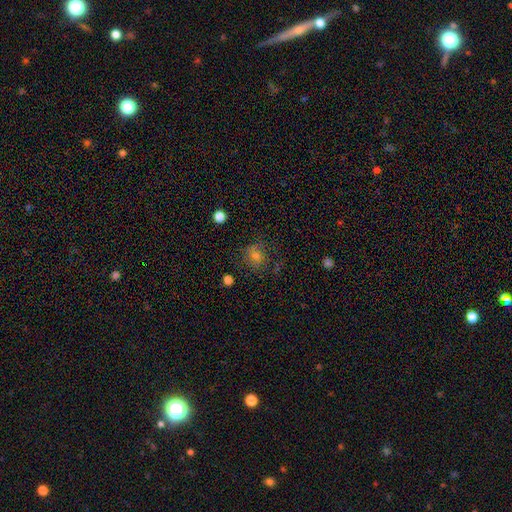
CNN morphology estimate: The model was most divided on "smooth or featured": smooth: 60%, star or artifact: 22%, featured or disk: 18%. More confident: how rounded — round (79%); merging — none (70%).